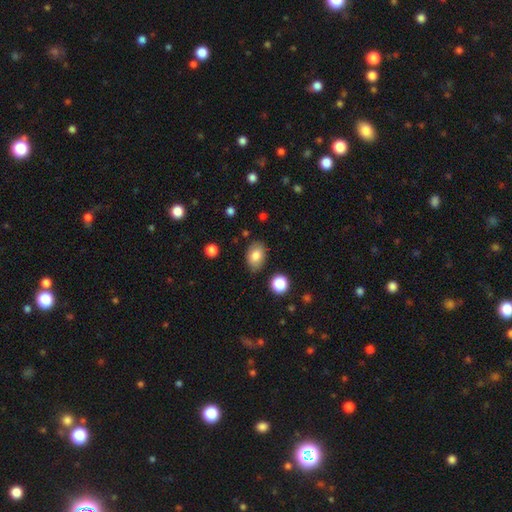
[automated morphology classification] A smooth galaxy with no disk features (83%) that is in between round and cigar-shaped (83%).

Vote fractions:
- Smooth or featured? smooth: 83% / featured or disk: 9% / star or artifact: 8%
- How rounded? in between: 83% / round: 15% / cigar-shaped: 1%
- Merging? none: 81% / minor disturbance: 13% / major disturbance: 3% / merger: 3%